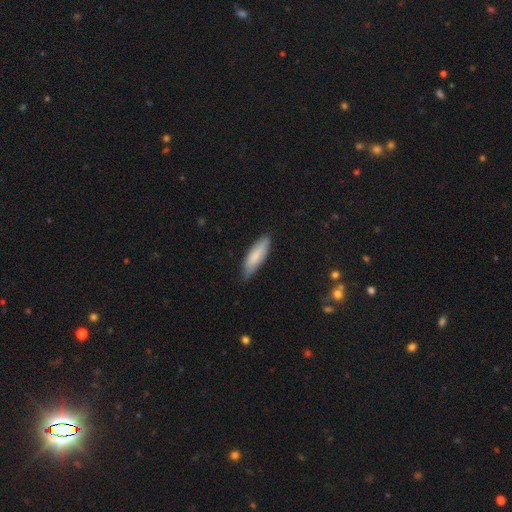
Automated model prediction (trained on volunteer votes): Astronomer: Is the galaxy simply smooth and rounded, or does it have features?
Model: smooth — 81%.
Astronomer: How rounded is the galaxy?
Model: cigar-shaped — 54% (runner-up: in between, 45%).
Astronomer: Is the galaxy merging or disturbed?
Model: none — 78%.